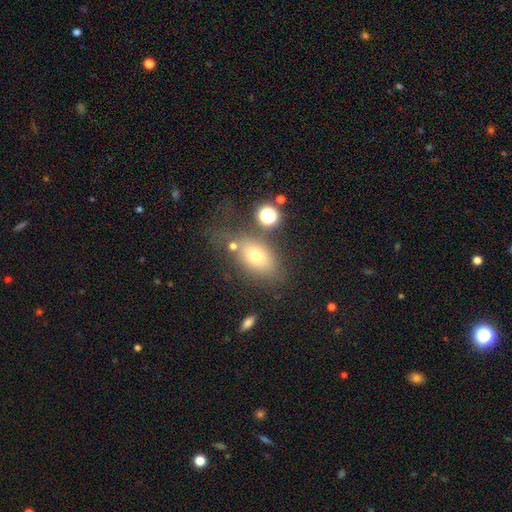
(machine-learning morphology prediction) Smooth or featured?
  - smooth: 68% *
  - featured or disk: 19%
  - star or artifact: 13%
How rounded?
  - in between: 80% *
  - round: 16%
  - cigar-shaped: 3%
Merging?
  - none: 53% *
  - minor disturbance: 19%
  - major disturbance: 15%
  - merger: 13%